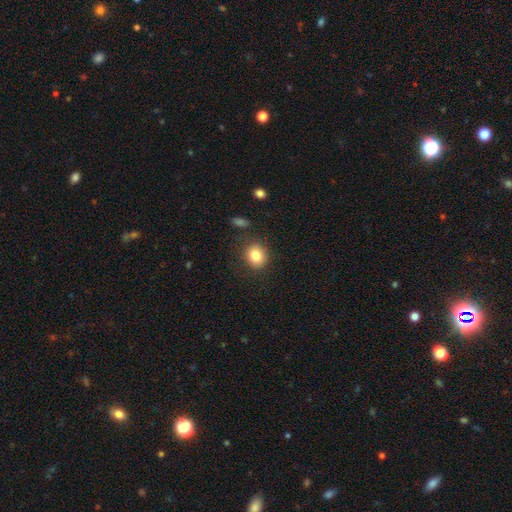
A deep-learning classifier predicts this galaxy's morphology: type=smooth (83%); roundness=round (73%); merging=none (84%).